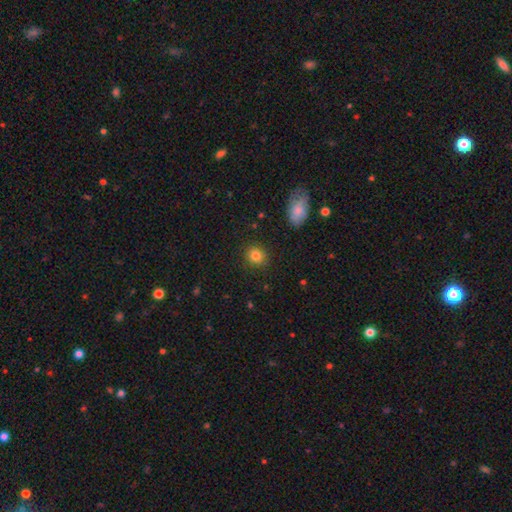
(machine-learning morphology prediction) Smooth or featured? Predicted: smooth (p=0.82). How rounded? Predicted: round (p=0.81). Merging? Predicted: none (p=0.90).